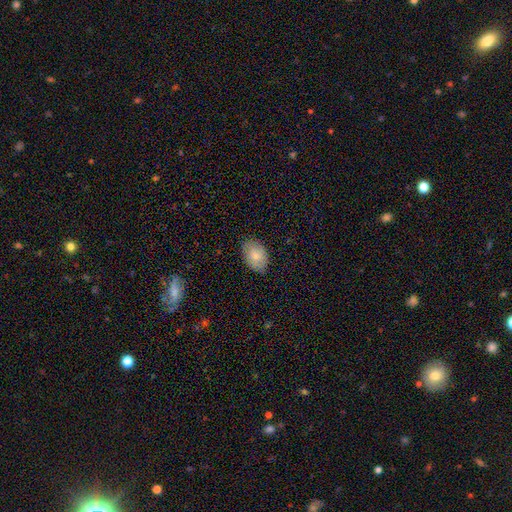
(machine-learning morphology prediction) smooth 78%, featured or disk 15%, star or artifact 7%. Down the decision tree: how rounded — in between (88%); merging — none (82%).